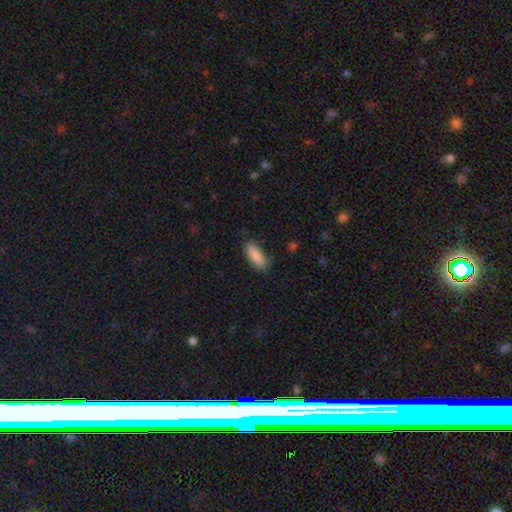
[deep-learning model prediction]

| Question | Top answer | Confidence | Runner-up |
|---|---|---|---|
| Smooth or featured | smooth | 87% | featured or disk (7%) |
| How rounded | in between | 69% | cigar-shaped (30%) |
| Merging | none | 79% | minor disturbance (16%) |